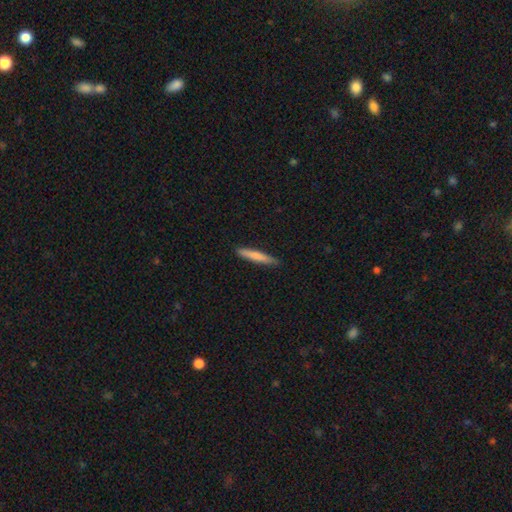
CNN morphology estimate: A smooth galaxy with no disk features (74%) that is cigar-shaped (93%). Merging: none (89%).